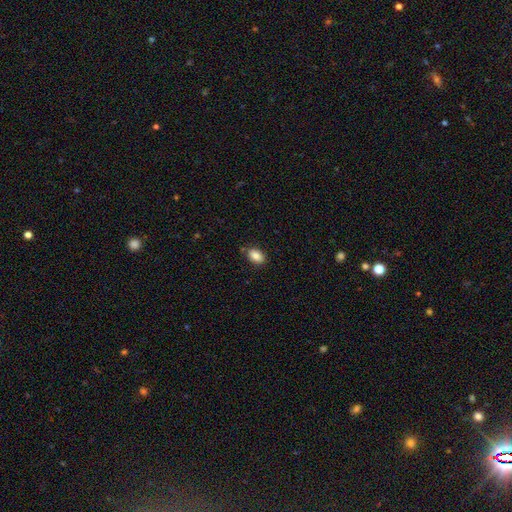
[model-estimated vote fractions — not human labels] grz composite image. It shows a smooth galaxy with no disk features (87%) that is in between round and cigar-shaped (87%). Merging: none (83%).